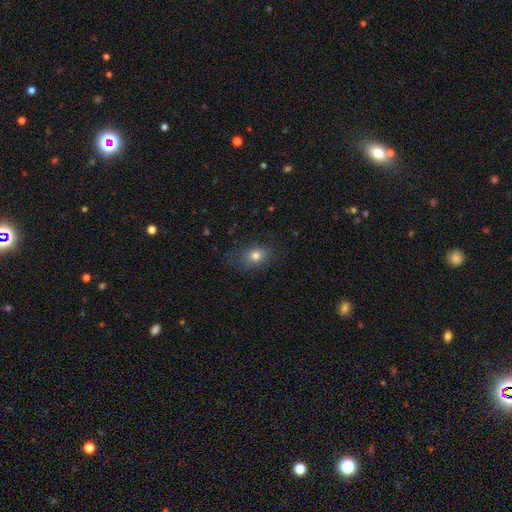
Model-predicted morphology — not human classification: A smooth galaxy with no disk features (78%) that is in between round and cigar-shaped (59%).

Vote fractions:
- Smooth or featured? smooth: 78% / star or artifact: 12% / featured or disk: 10%
- How rounded? in between: 59% / round: 39% / cigar-shaped: 1%
- Merging? none: 74% / minor disturbance: 18% / major disturbance: 7% / merger: 1%